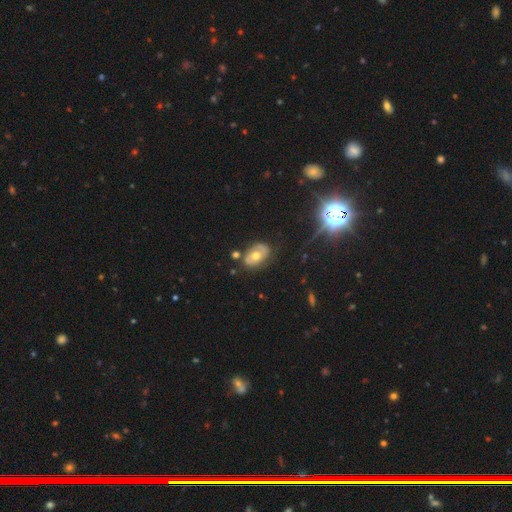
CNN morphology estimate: Smooth or featured? Predicted: featured or disk (p=0.47). Merging? Predicted: none (p=0.69).